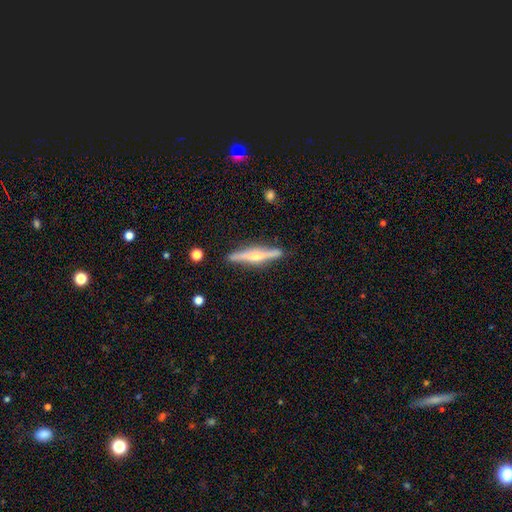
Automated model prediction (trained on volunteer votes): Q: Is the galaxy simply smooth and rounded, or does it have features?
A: featured or disk — 70%.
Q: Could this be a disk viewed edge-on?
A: yes — 96%.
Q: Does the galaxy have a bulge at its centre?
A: rounded — 84%.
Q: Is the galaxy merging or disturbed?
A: none — 86%.